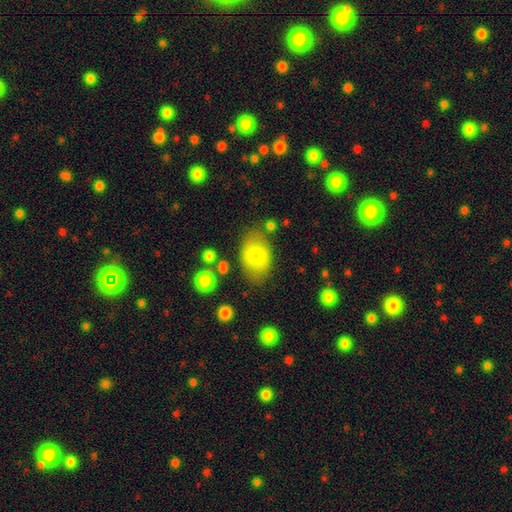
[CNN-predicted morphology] smooth-or-featured: smooth: 74% | featured or disk: 18% | star or artifact: 8%
  how-rounded: in between: 83% | round: 16% | cigar-shaped: 1%
  merging: none: 69% | minor disturbance: 19% | major disturbance: 7% | merger: 5%